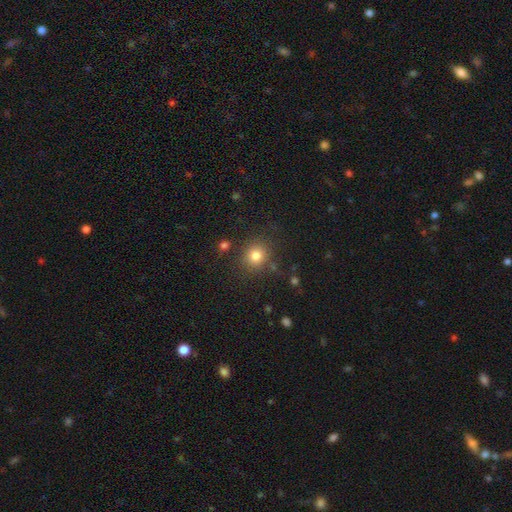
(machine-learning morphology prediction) type=smooth (82%); roundness=round (84%); merging=none (83%).